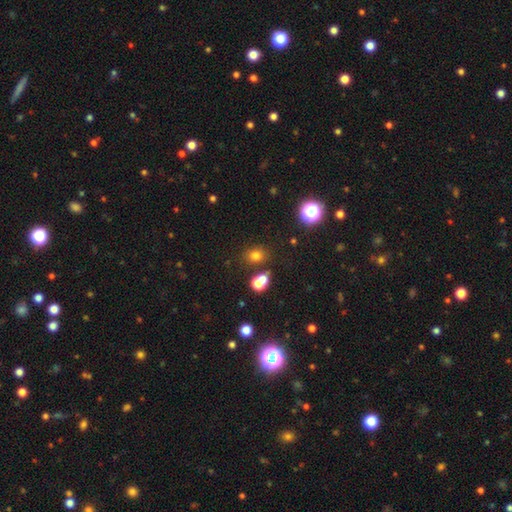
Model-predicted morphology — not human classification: Q: Smooth or featured?
A: smooth (74%); runner-up: star or artifact (18%)
Q: How rounded?
A: round (54%); runner-up: in between (45%)
Q: Merging?
A: none (70%); runner-up: merger (15%)